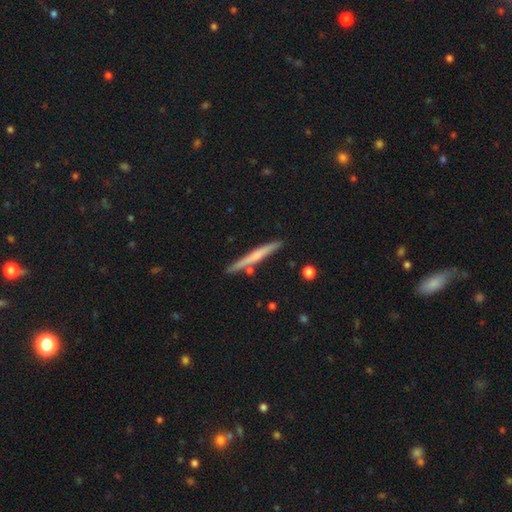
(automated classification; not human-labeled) This appears to be a smooth galaxy with no disk features (48%). Merging: none (84%).